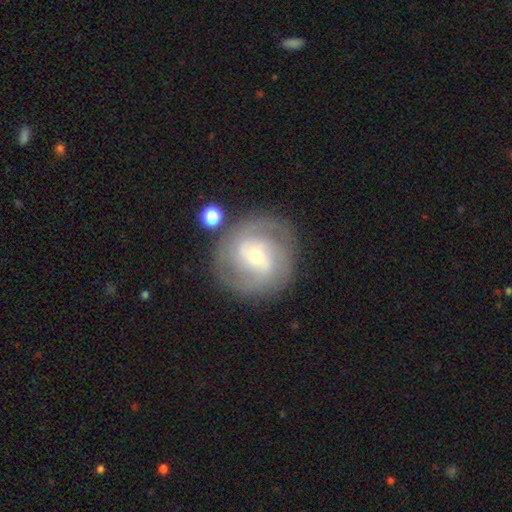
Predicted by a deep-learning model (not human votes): The model was most divided on "bulge size": small: 48%, moderate: 46%, large: 4%, none: 1%, dominant: 1%. Remaining: edge-on disk — no (97%); spiral arms — yes (88%); merging — none (80%); smooth or featured — featured or disk (74%); spiral winding — tight (51%); spiral arm count — 2 (50%); bar — no (46%).